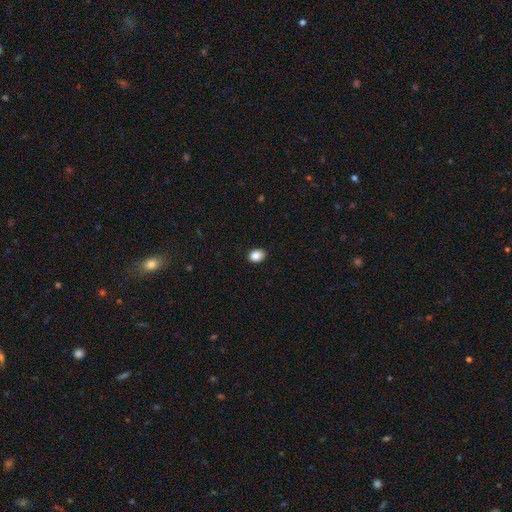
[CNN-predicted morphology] Smooth or featured? smooth (87%)
How rounded? in between (58%)
Merging? none (89%)